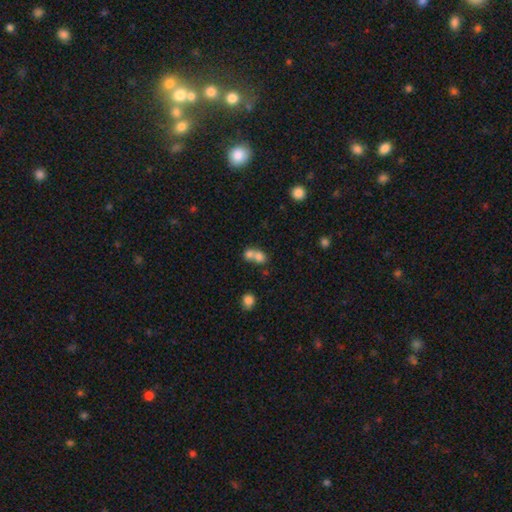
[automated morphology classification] Q: Smooth or featured?
A: smooth (74%); runner-up: featured or disk (14%)
Q: How rounded?
A: round (61%); runner-up: in between (37%)
Q: Merging?
A: merger (68%); runner-up: none (24%)